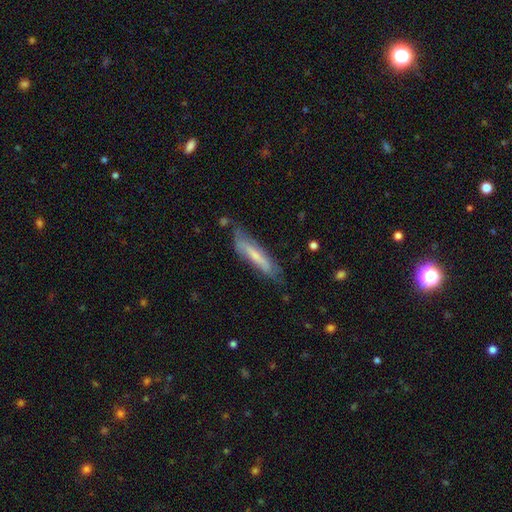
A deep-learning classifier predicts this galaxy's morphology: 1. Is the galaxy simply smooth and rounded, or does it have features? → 52% smooth, 42% featured or disk, 7% star or artifact.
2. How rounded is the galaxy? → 84% cigar-shaped, 15% in between, 1% round.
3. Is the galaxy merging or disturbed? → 64% none, 25% minor disturbance, 8% major disturbance, 3% merger.